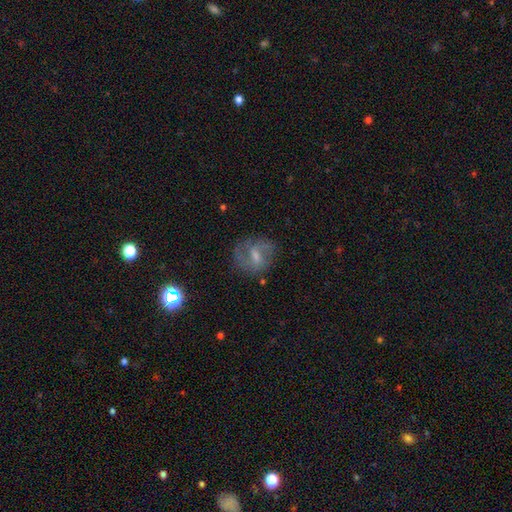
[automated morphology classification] Smooth or featured: featured or disk — 62% (smooth — 25%)
Edge-on disk: no — 96% (yes — 4%)
Bar: weak — 56% (no — 24%)
Spiral arms: yes — 82% (no — 18%)
Bulge size: small — 47% (moderate — 37%)
Merging: none — 70% (minor disturbance — 18%)